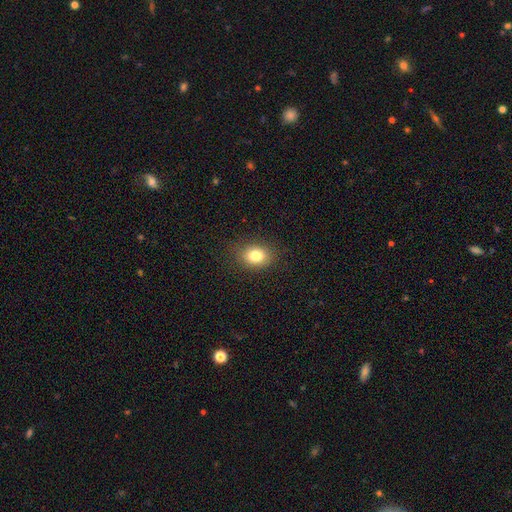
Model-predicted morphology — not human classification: smooth 80%, star or artifact 12%, featured or disk 8%. Down the decision tree: how rounded — in between (54%); merging — none (86%).